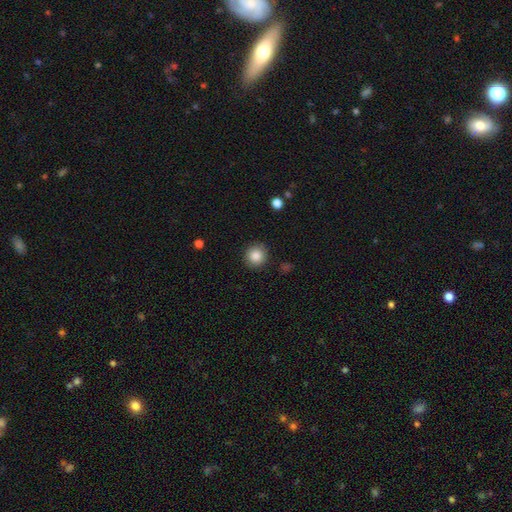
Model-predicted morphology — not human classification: A smooth galaxy with no disk features (86%) that is round (92%).

Vote fractions:
- Smooth or featured? smooth: 86% / star or artifact: 9% / featured or disk: 5%
- How rounded? round: 92% / in between: 7% / cigar-shaped: 1%
- Merging? none: 89% / minor disturbance: 7% / major disturbance: 2% / merger: 1%